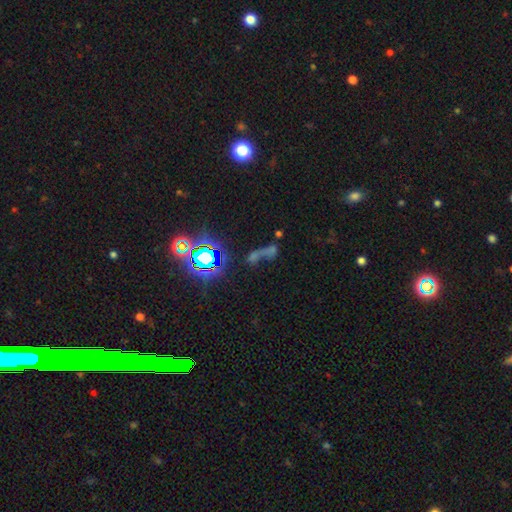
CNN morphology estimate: Overall: star or artifact (55%; smooth 26%).